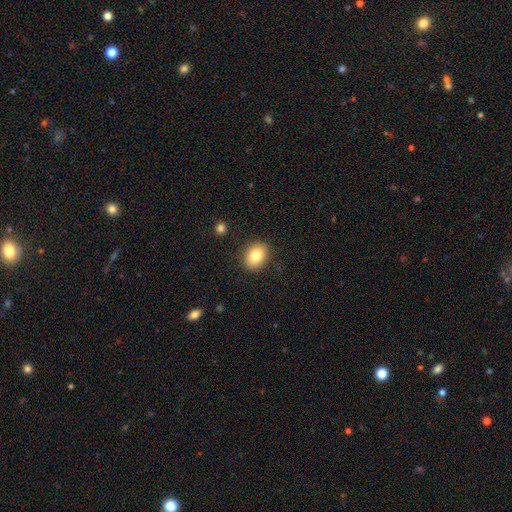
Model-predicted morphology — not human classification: This appears to be a smooth galaxy with no disk features (81%) that is in between round and cigar-shaped (64%). Merging: none (87%).